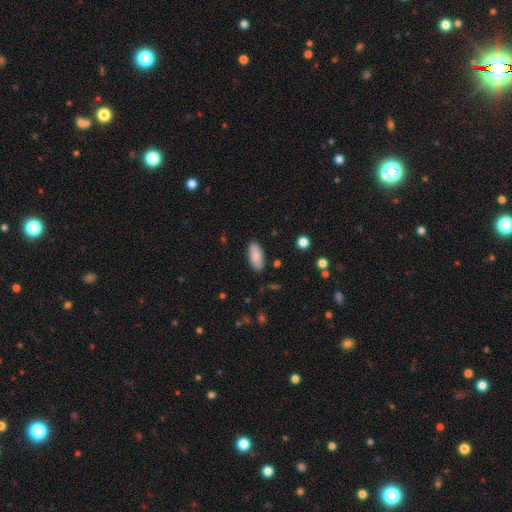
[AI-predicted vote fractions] Overall: smooth (84%). How rounded: in between (84%). Merging: none (86%).